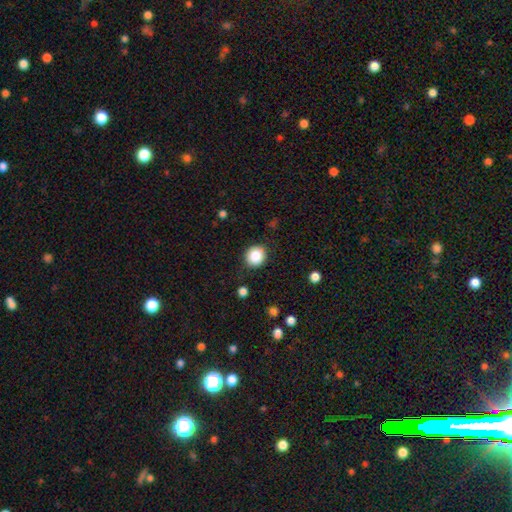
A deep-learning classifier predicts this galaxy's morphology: A smooth galaxy with no disk features (86%) that is round (85%). Merging: none (87%).